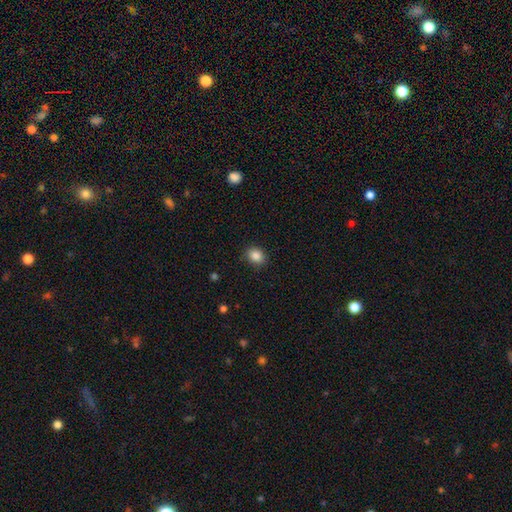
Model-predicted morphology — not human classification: smooth-or-featured: smooth: 86% | star or artifact: 10% | featured or disk: 4%
  how-rounded: round: 52% | in between: 47% | cigar-shaped: 1%
  merging: none: 86% | minor disturbance: 11% | major disturbance: 3% | merger: 1%